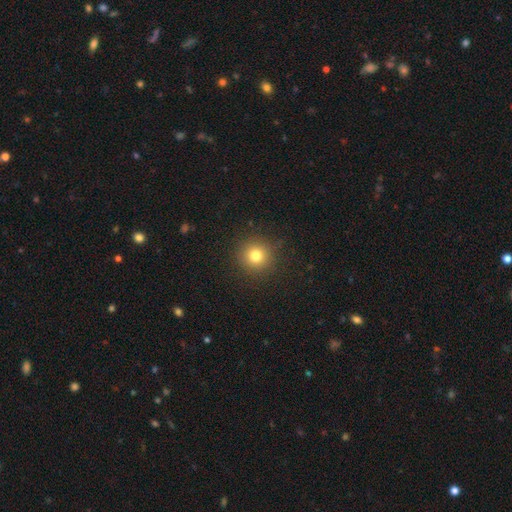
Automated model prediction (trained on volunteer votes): Smooth or featured? Predicted: smooth (p=0.78). How rounded? Predicted: round (p=0.95). Merging? Predicted: none (p=0.90).